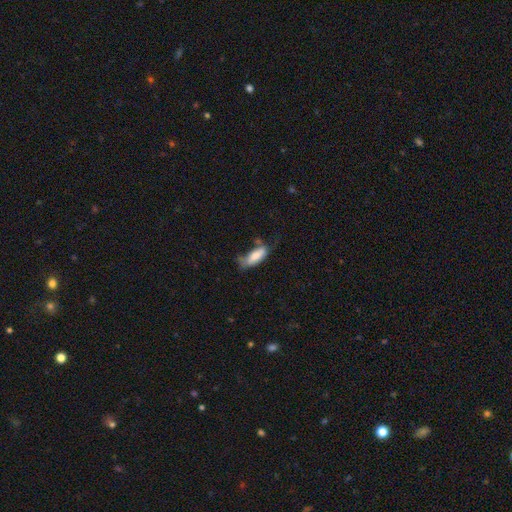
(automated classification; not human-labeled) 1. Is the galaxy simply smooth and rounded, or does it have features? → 77% smooth, 15% featured or disk, 7% star or artifact.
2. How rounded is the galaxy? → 74% in between, 24% cigar-shaped, 2% round.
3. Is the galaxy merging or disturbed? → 36% none, 35% minor disturbance, 21% major disturbance, 8% merger.